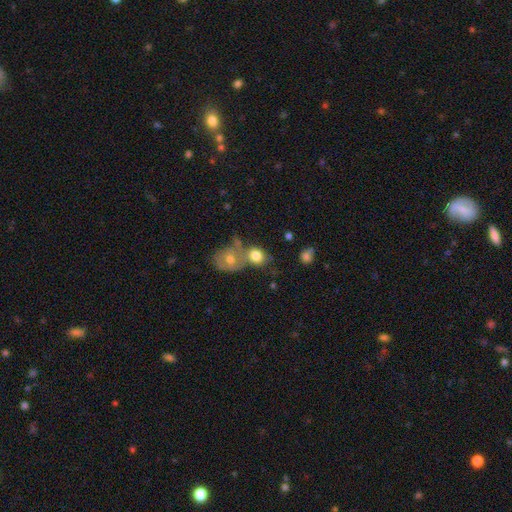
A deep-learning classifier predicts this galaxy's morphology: type=smooth (74%); roundness=round (60%); merging=merger (50%).